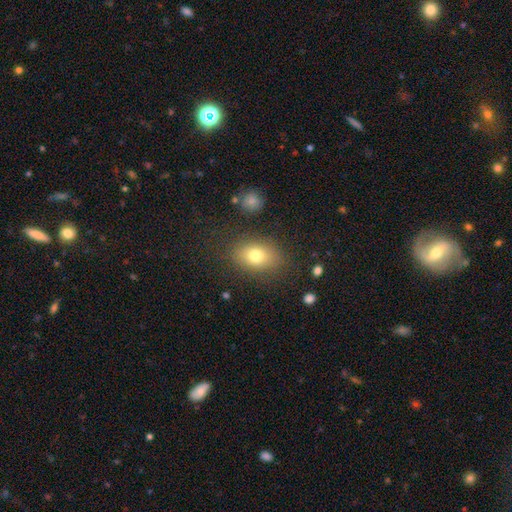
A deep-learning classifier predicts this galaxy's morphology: type=smooth (76%); roundness=in between (79%); merging=none (81%).